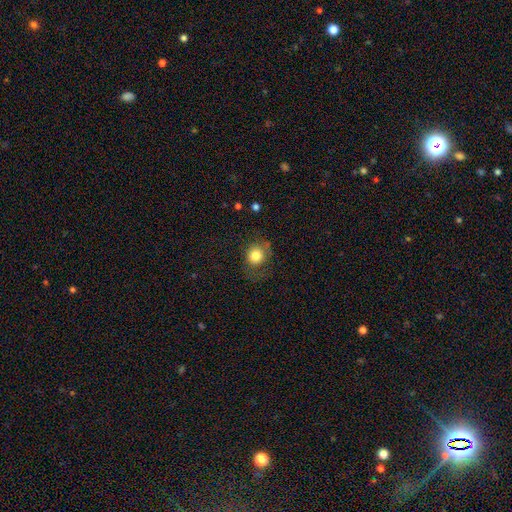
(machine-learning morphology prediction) Smooth or featured: smooth — 78% (featured or disk — 12%)
How rounded: round — 74% (in between — 25%)
Merging: none — 57% (minor disturbance — 23%)